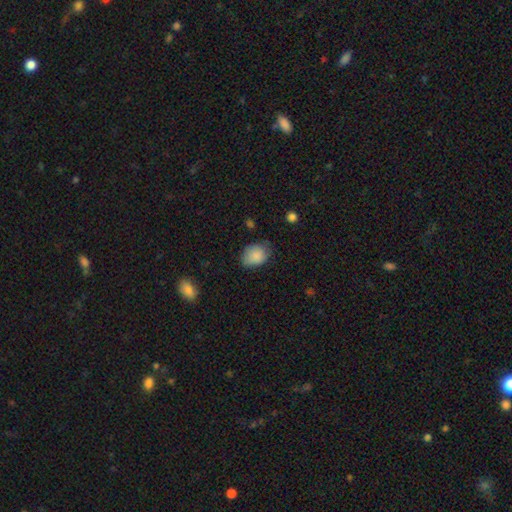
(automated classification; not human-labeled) smooth_or_featured: smooth (p=0.86) [alt: star or artifact p=0.08]
how_rounded: in between (p=0.66) [alt: round p=0.33]
merging: none (p=0.63) [alt: minor disturbance p=0.29]